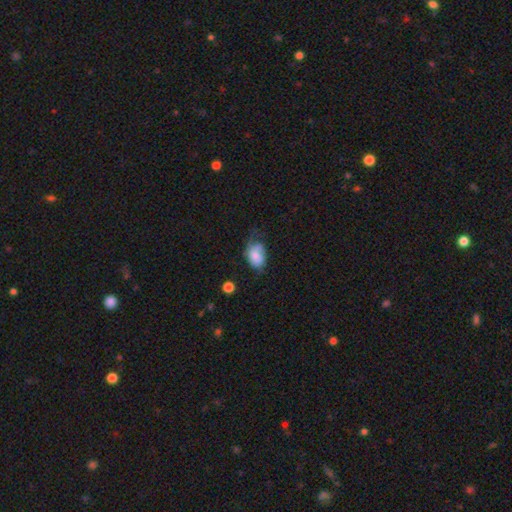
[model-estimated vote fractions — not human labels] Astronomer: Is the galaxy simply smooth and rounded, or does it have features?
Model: smooth — 68%.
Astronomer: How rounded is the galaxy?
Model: in between — 79%.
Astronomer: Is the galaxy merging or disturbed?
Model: minor disturbance — 36% (runner-up: none, 31%).